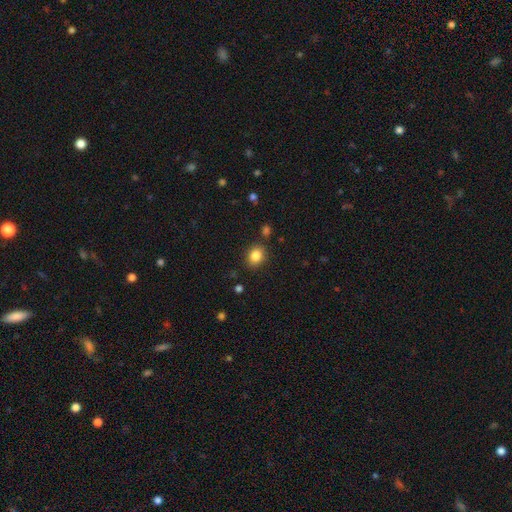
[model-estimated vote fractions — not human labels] This is clearly a smooth galaxy (84%). How rounded: possibly round (57%). Merging: clearly none (85%).